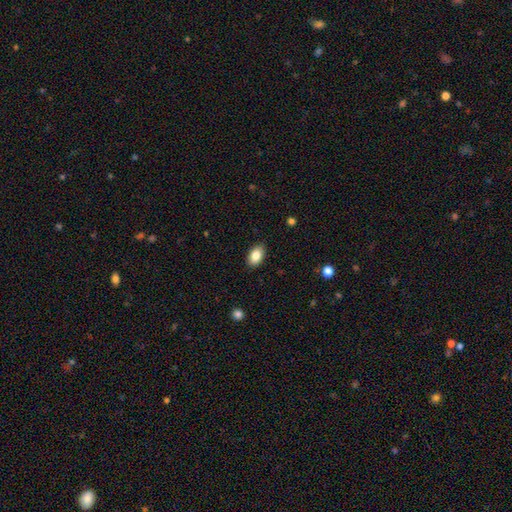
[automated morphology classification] smooth_or_featured: smooth (p=0.85) [alt: featured or disk p=0.08]
how_rounded: in between (p=0.91) [alt: round p=0.08]
merging: none (p=0.88) [alt: minor disturbance p=0.09]